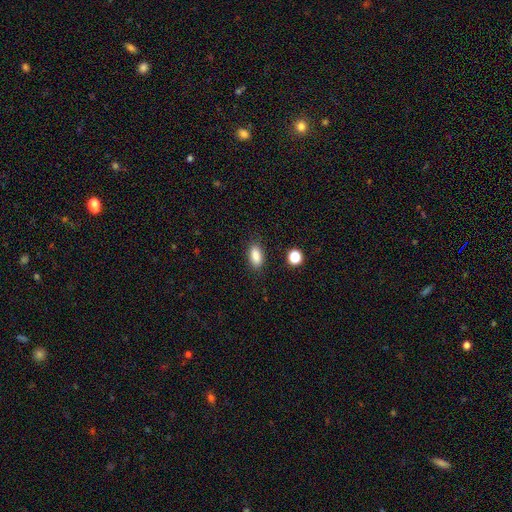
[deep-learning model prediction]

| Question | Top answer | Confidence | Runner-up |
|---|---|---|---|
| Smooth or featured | smooth | 87% | star or artifact (9%) |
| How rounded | in between | 86% | cigar-shaped (9%) |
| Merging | none | 86% | minor disturbance (9%) |